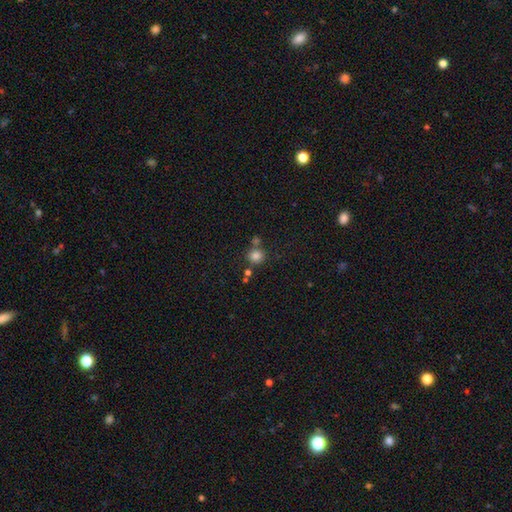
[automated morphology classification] Smooth or featured? smooth (82%)
How rounded? round (89%)
Merging? none (69%)